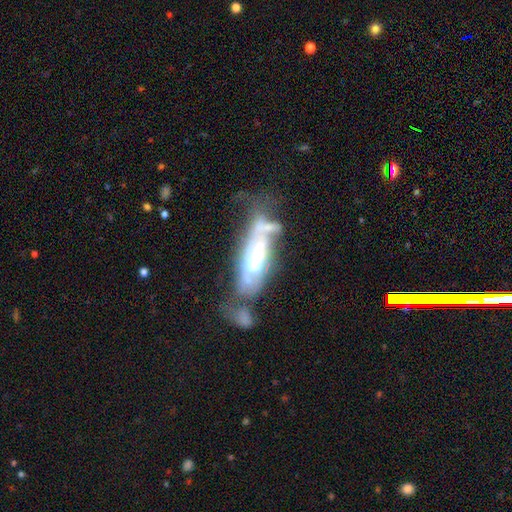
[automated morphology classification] type=featured or disk (63%); edge-on=no (74%); merging=merger (30%).